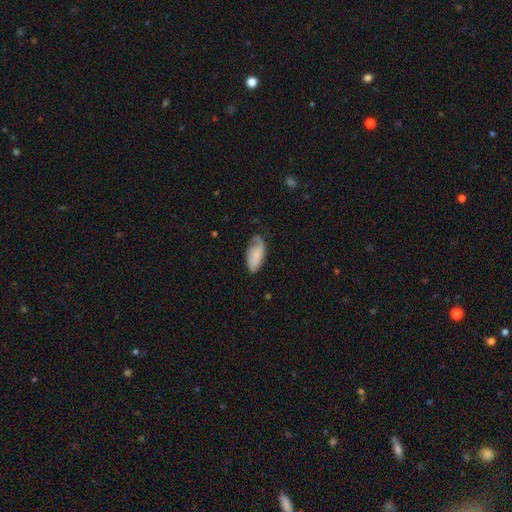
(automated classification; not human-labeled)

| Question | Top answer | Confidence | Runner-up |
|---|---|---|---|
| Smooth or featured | smooth | 57% | featured or disk (37%) |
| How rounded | in between | 91% | cigar-shaped (7%) |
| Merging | none | 55% | minor disturbance (30%) |